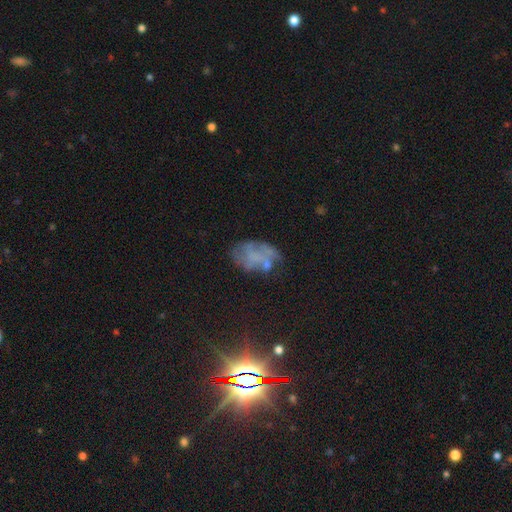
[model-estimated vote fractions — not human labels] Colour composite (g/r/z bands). It shows a featured or disk galaxy (48%). Merging: none (49%).